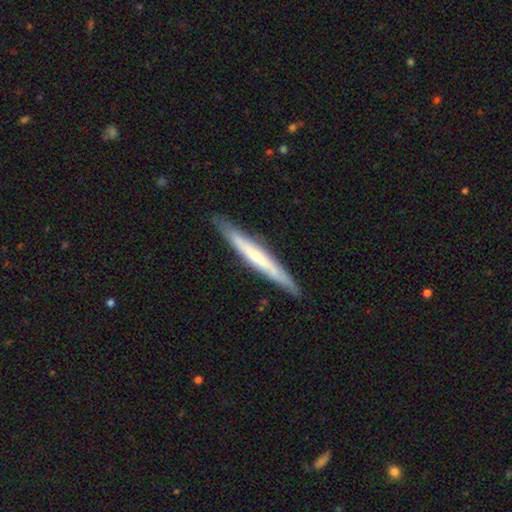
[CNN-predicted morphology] Smooth or featured? Predicted: featured or disk (p=0.49). Merging? Predicted: none (p=0.87).